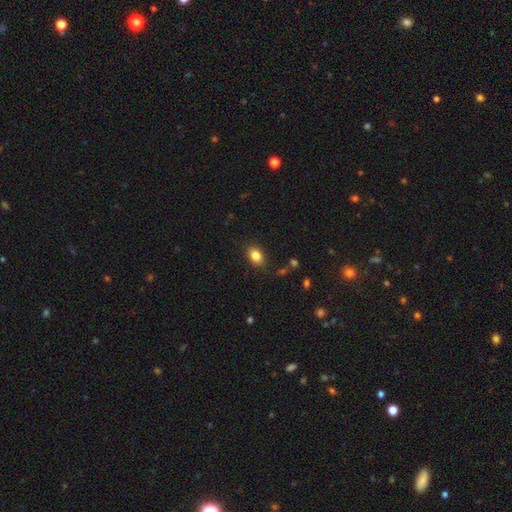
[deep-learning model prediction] Smooth or featured? Predicted: smooth (p=0.83). How rounded? Predicted: in between (p=0.83). Merging? Predicted: none (p=0.85).